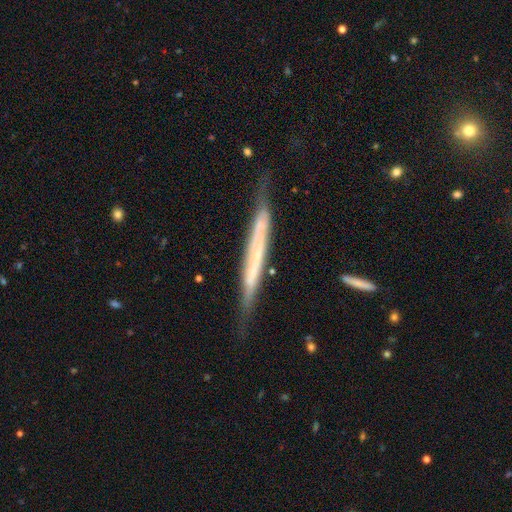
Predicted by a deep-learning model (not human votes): Q: Smooth or featured?
A: featured or disk (64%); runner-up: smooth (30%)
Q: Edge-on disk?
A: yes (90%); runner-up: no (10%)
Q: Edge-on bulge?
A: none (77%); runner-up: rounded (12%)
Q: Merging?
A: none (68%); runner-up: minor disturbance (24%)